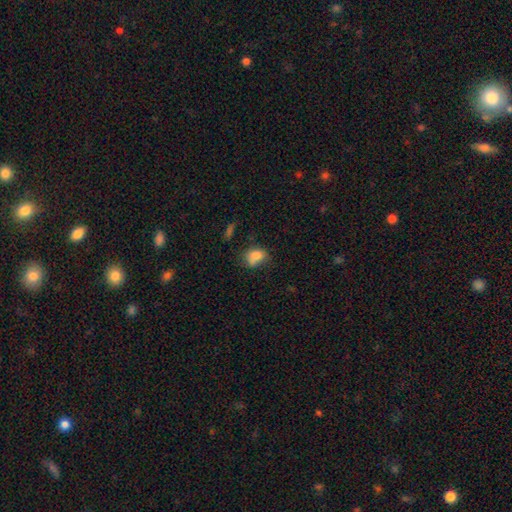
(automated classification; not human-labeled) This appears to be a smooth galaxy with no disk features (77%) that is in between round and cigar-shaped (60%). Merging: none (45%).